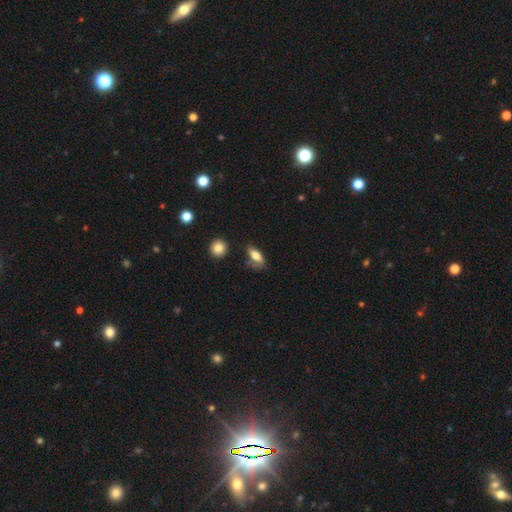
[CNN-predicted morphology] Smooth or featured? smooth (72%)
How rounded? in between (77%)
Merging? none (54%)